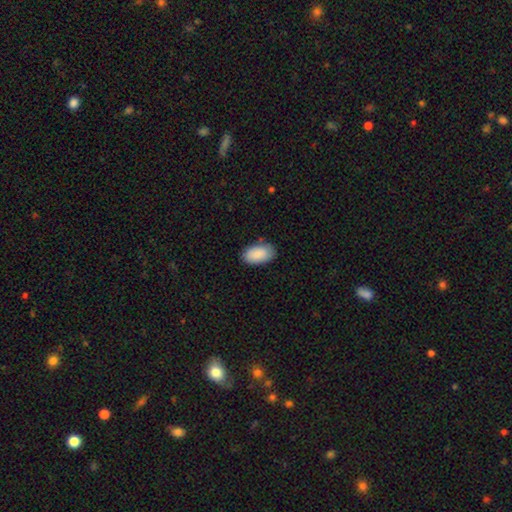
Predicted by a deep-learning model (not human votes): Smooth or featured?
  - smooth: 89% *
  - star or artifact: 6%
  - featured or disk: 5%
How rounded?
  - in between: 95% *
  - round: 4%
  - cigar-shaped: 1%
Merging?
  - none: 82% *
  - minor disturbance: 14%
  - major disturbance: 3%
  - merger: 1%